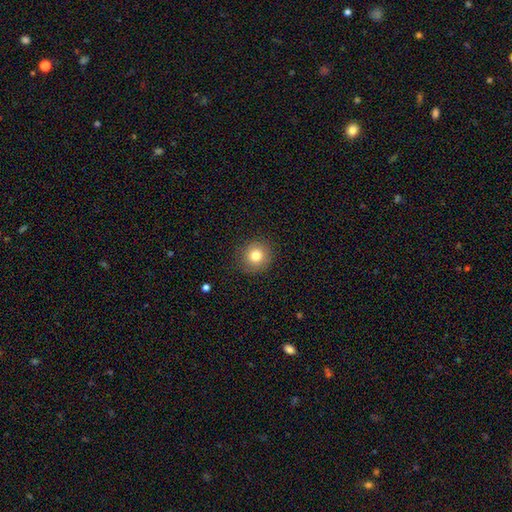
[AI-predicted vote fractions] Smooth or featured?
  - smooth: 80% *
  - star or artifact: 11%
  - featured or disk: 9%
How rounded?
  - round: 92% *
  - in between: 7%
  - cigar-shaped: 1%
Merging?
  - none: 89% *
  - minor disturbance: 7%
  - major disturbance: 2%
  - merger: 1%